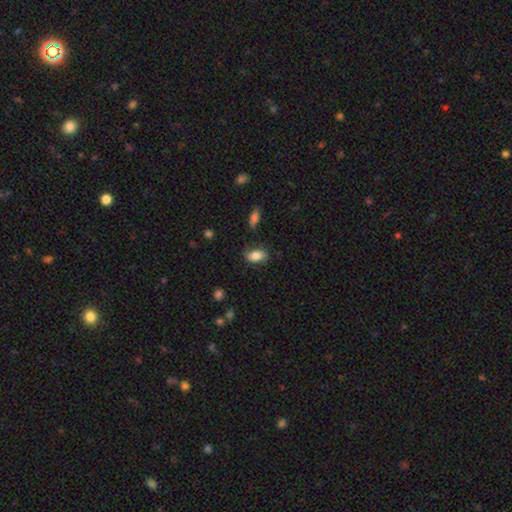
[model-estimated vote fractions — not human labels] Morphology: type=smooth (80%); roundness=in between (90%); merging=none (76%).